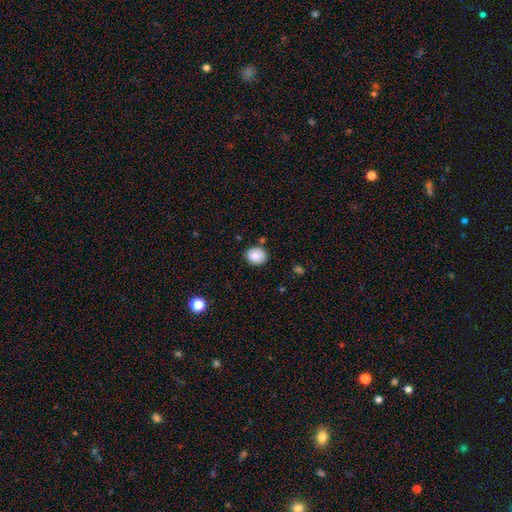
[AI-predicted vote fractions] A smooth galaxy with no disk features (86%) that is round (53%). Merging: none (80%).